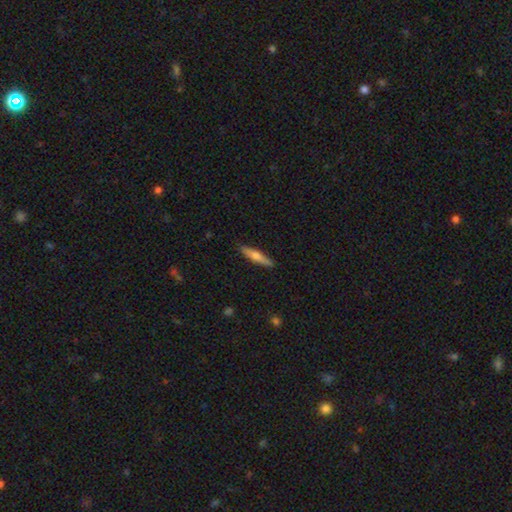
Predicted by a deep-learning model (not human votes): Smooth or featured: smooth — 51% (featured or disk — 43%)
How rounded: cigar-shaped — 89% (in between — 9%)
Merging: none — 90% (minor disturbance — 7%)